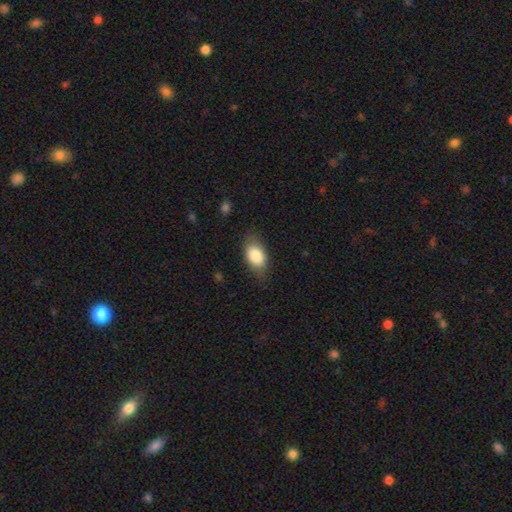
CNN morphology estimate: type=smooth (83%); roundness=in between (88%); merging=none (73%).